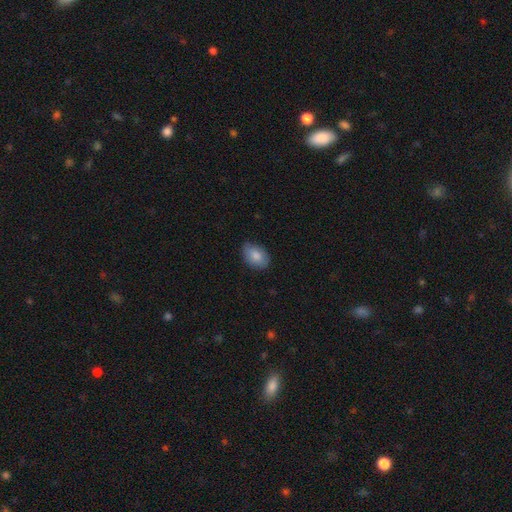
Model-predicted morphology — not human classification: A smooth galaxy with no disk features (85%) that is in between round and cigar-shaped (86%). Merging: none (77%).